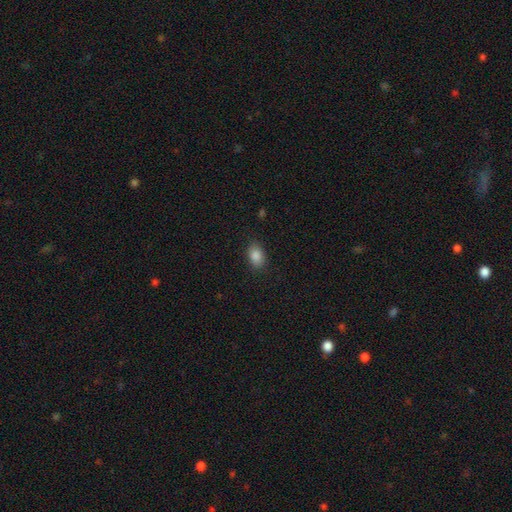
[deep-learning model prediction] Smooth or featured: smooth — 87% (star or artifact — 9%)
How rounded: in between — 86% (round — 12%)
Merging: none — 85% (minor disturbance — 11%)